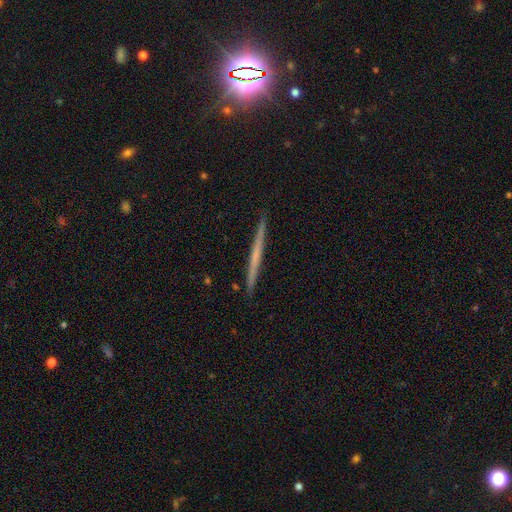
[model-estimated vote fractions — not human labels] This appears to be a featured or disk galaxy (56%) viewed edge-on (98%) with no central bulge (87%). Merging: none (93%).